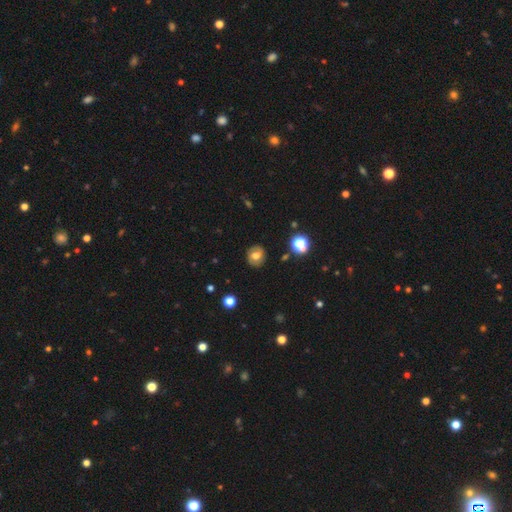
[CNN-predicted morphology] A smooth galaxy with no disk features (59%) that is round (76%).

Vote fractions:
- Smooth or featured? smooth: 59% / featured or disk: 29% / star or artifact: 12%
- How rounded? round: 76% / in between: 23% / cigar-shaped: 1%
- Merging? none: 86% / minor disturbance: 10% / major disturbance: 3% / merger: 1%